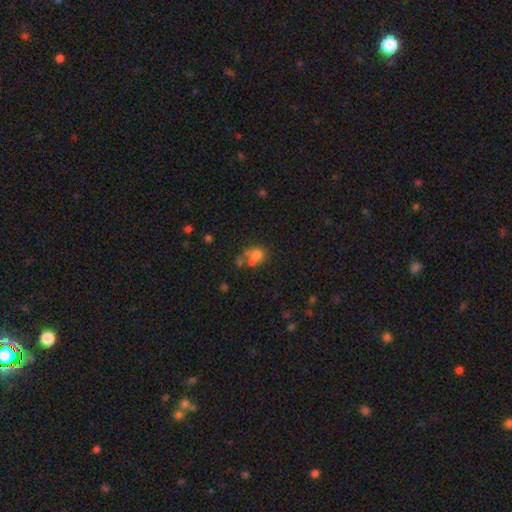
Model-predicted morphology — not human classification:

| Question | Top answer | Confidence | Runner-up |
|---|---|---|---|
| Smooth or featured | smooth | 64% | featured or disk (21%) |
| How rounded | round | 67% | in between (32%) |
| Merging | merger | 46% | none (32%) |